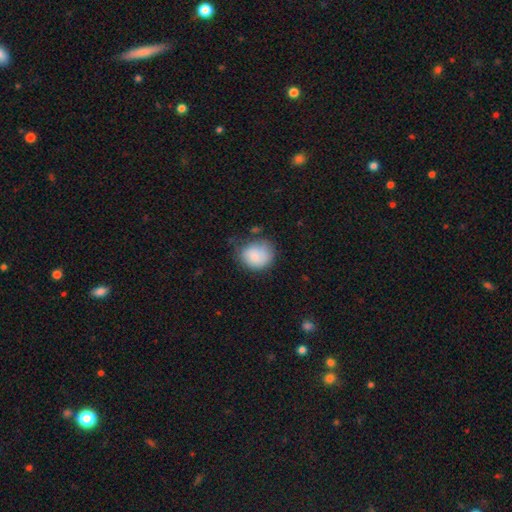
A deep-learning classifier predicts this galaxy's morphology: smooth_or_featured: smooth (p=0.83) [alt: featured or disk p=0.09]
how_rounded: round (p=0.64) [alt: in between p=0.35]
merging: none (p=0.56) [alt: minor disturbance p=0.29]